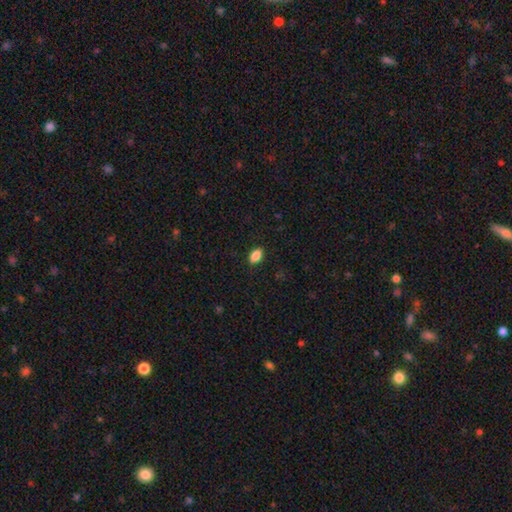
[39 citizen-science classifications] Smooth or featured?
  - smooth: 90% *
  - star or artifact: 8%
  - featured or disk: 3%
How rounded?
  - in between: 86% *
  - round: 11%
  - cigar-shaped: 3%
Merging?
  - none: 83% *
  - minor disturbance: 14%
  - major disturbance: 3%
  - merger: 0%